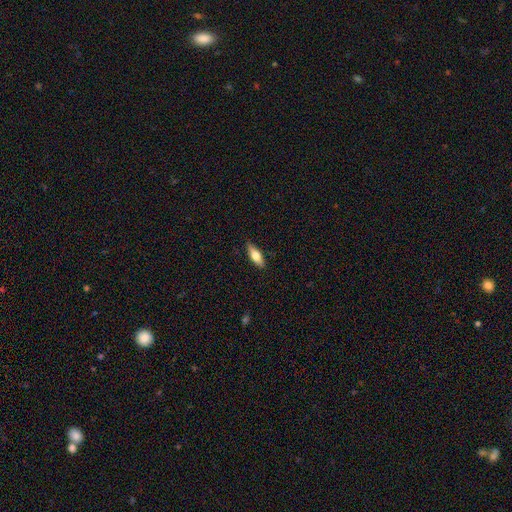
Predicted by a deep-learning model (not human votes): This appears to be a smooth galaxy with no disk features (60%) that is in between round and cigar-shaped (58%). Merging: none (87%).